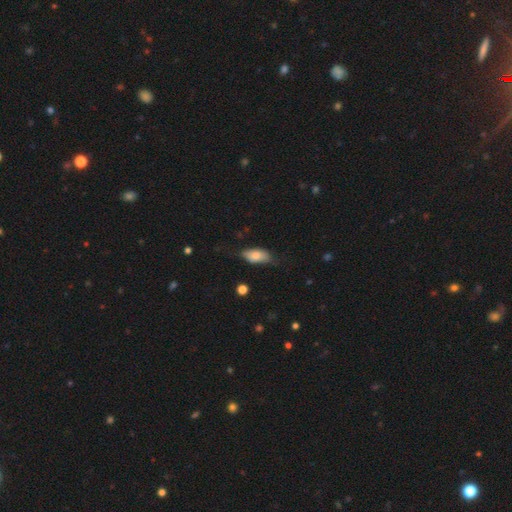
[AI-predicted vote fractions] smooth-or-featured: smooth: 77% | featured or disk: 16% | star or artifact: 7%
  how-rounded: in between: 89% | cigar-shaped: 8% | round: 3%
  merging: none: 62% | minor disturbance: 29% | major disturbance: 7% | merger: 2%